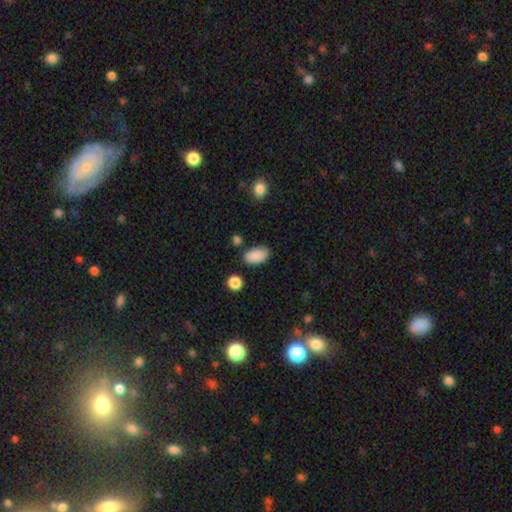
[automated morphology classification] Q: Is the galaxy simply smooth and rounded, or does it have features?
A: smooth — 88%.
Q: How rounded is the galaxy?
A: in between — 93%.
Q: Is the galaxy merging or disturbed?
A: none — 79%.